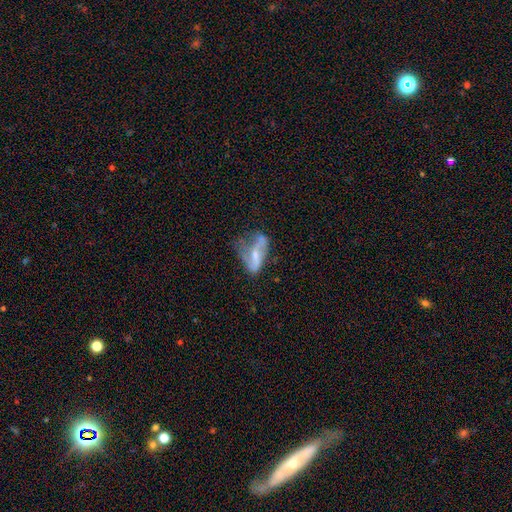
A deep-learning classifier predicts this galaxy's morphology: Smooth or featured? featured or disk (63%)
Edge-on disk? no (92%)
Bar? no (45%)
Spiral arms? yes (61%)
Bulge size? small (49%)
Merging? major disturbance (34%)